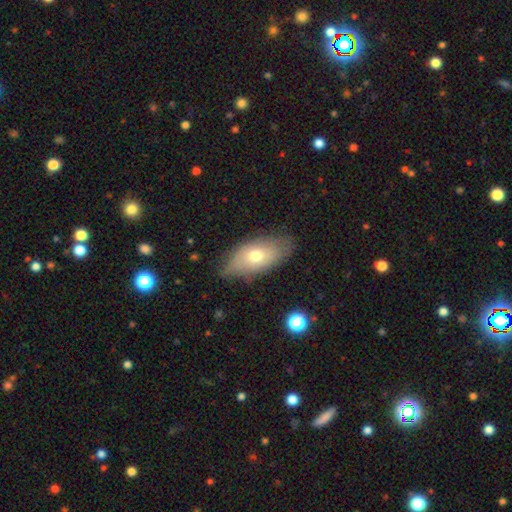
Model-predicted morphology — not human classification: Smooth or featured: smooth — 61% (featured or disk — 32%)
How rounded: in between — 90% (cigar-shaped — 6%)
Merging: none — 71% (minor disturbance — 23%)